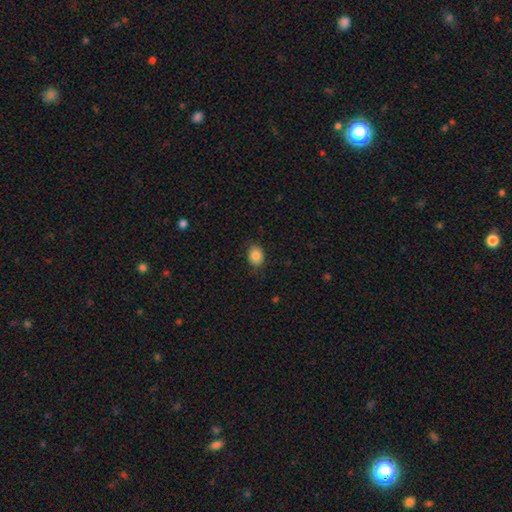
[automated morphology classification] Smooth or featured? Predicted: smooth (p=0.85). How rounded? Predicted: in between (p=0.59). Merging? Predicted: none (p=0.83).